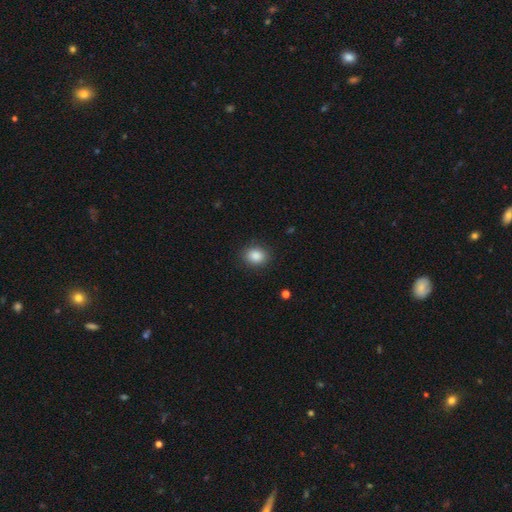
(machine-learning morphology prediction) Smooth or featured? smooth (87%)
How rounded? round (61%)
Merging? none (88%)